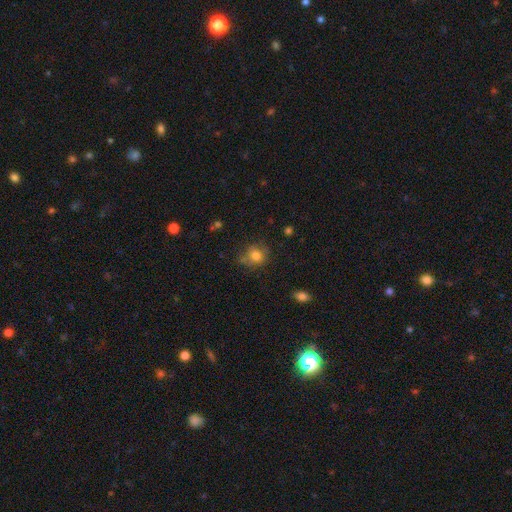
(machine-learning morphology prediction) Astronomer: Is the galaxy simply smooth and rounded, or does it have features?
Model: smooth — 77%.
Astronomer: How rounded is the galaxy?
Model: round — 77%.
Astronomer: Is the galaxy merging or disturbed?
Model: none — 66%.